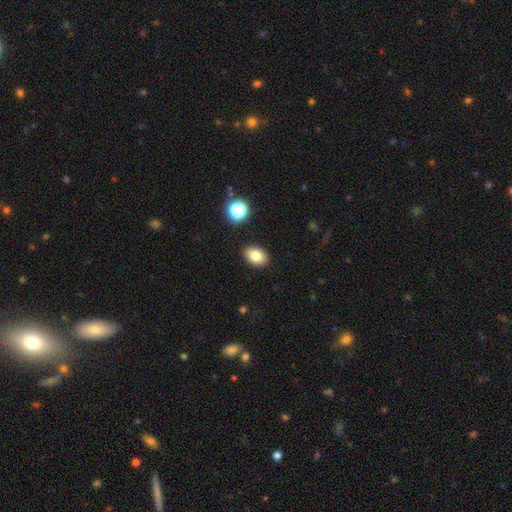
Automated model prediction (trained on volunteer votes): smooth_or_featured: smooth (p=0.81) [alt: star or artifact p=0.10]
how_rounded: in between (p=0.84) [alt: round p=0.15]
merging: none (p=0.88) [alt: minor disturbance p=0.08]